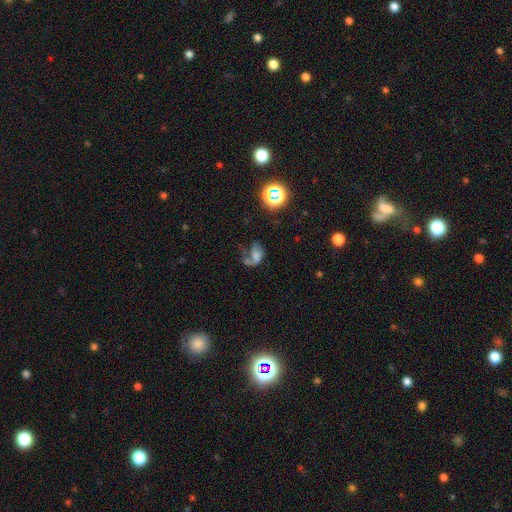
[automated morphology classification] Smooth or featured: smooth — 41% (featured or disk — 40%)
Merging: major disturbance — 40% (merger — 23%)